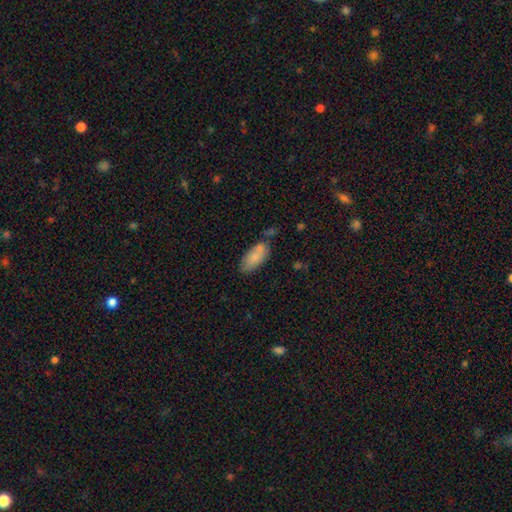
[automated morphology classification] The model was most divided on "merging": none: 59%, minor disturbance: 20%, merger: 16%, major disturbance: 5%. More confident: how rounded — in between (86%); smooth or featured — smooth (81%).